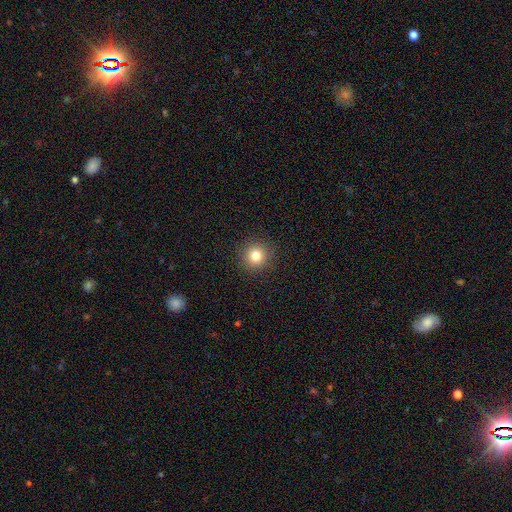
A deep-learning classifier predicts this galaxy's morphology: This is clearly a smooth galaxy (81%). How rounded: clearly round (95%). Merging: clearly none (92%).